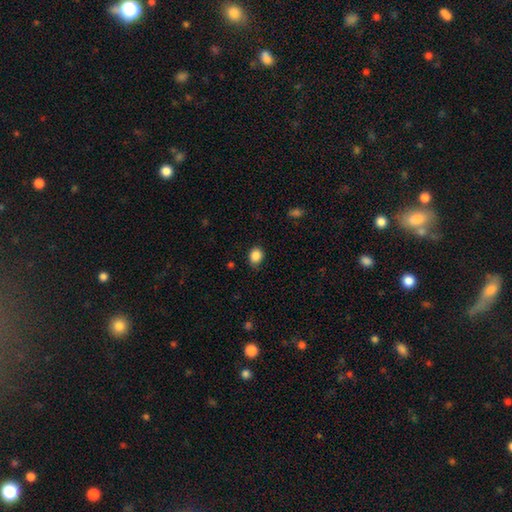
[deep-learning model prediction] A smooth galaxy with no disk features (87%) that is round (60%). Merging: none (80%).